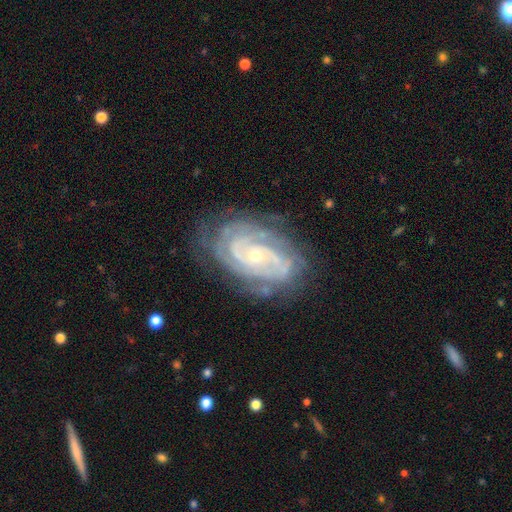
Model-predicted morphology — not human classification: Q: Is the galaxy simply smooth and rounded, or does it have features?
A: featured or disk — 89%.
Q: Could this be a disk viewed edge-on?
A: no — 96%.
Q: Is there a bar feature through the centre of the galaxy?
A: no — 69%.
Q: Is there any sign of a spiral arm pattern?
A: yes — 96%.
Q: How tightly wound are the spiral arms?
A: tight — 76%.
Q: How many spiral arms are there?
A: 2 — 29%.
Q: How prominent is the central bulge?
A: small — 69%.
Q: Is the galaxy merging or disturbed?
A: none — 74%.